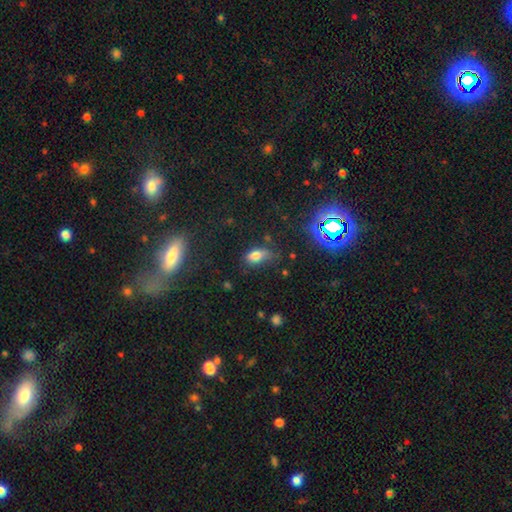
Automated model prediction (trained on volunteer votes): smooth-or-featured: smooth: 73% | star or artifact: 17% | featured or disk: 10%
  how-rounded: in between: 85% | round: 9% | cigar-shaped: 6%
  merging: none: 52% | minor disturbance: 30% | major disturbance: 13% | merger: 5%